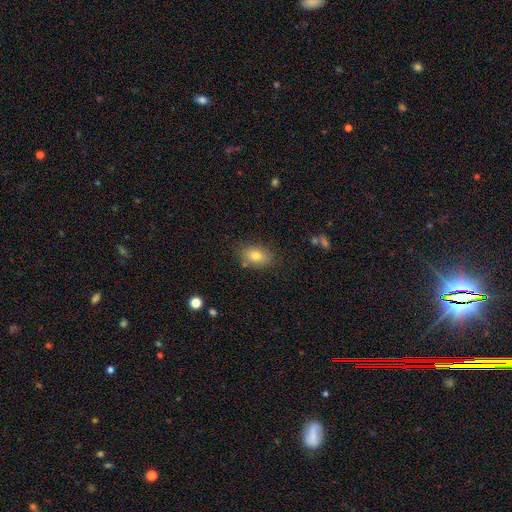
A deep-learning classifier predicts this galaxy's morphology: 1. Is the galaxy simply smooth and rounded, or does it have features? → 78% smooth, 12% featured or disk, 10% star or artifact.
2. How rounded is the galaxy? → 81% in between, 18% round, 1% cigar-shaped.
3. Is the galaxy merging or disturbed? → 79% none, 14% minor disturbance, 3% major disturbance, 3% merger.